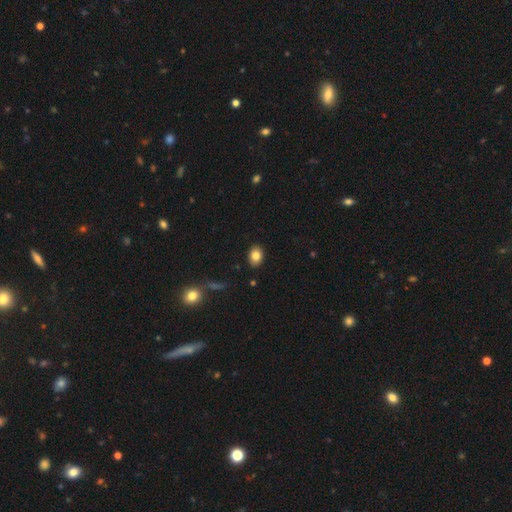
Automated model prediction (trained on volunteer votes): smooth_or_featured: smooth (p=0.82) [alt: featured or disk p=0.09]
how_rounded: in between (p=0.75) [alt: round p=0.24]
merging: none (p=0.88) [alt: minor disturbance p=0.08]